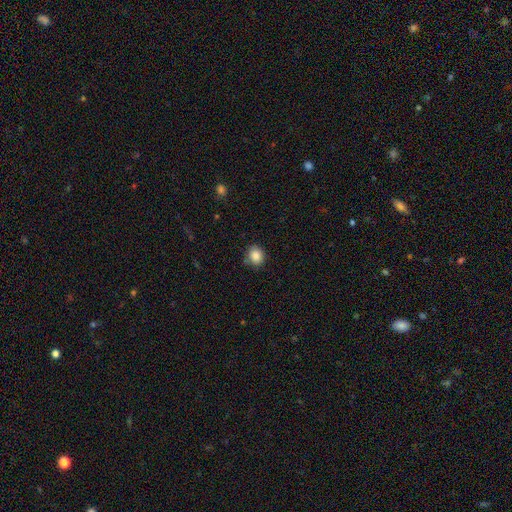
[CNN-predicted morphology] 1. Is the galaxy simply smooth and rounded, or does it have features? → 86% smooth, 10% star or artifact, 4% featured or disk.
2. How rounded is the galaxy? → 78% round, 21% in between, 1% cigar-shaped.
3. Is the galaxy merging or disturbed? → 80% none, 15% minor disturbance, 3% major disturbance, 2% merger.